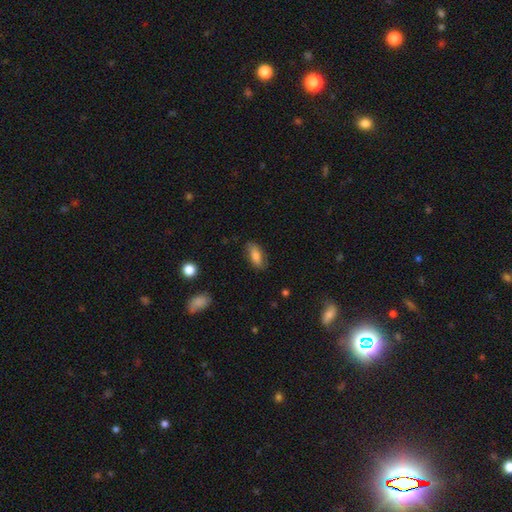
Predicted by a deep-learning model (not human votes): Q: Smooth or featured?
A: smooth (77%); runner-up: featured or disk (16%)
Q: How rounded?
A: in between (82%); runner-up: cigar-shaped (14%)
Q: Merging?
A: none (80%); runner-up: minor disturbance (16%)